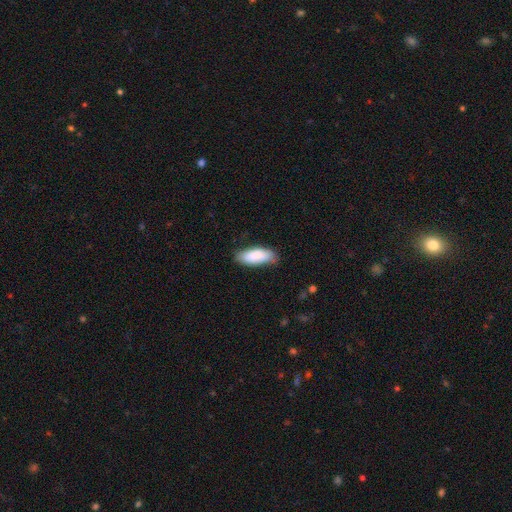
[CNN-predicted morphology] smooth-or-featured: smooth: 88% | featured or disk: 7% | star or artifact: 5%
  how-rounded: in between: 79% | cigar-shaped: 20% | round: 2%
  merging: none: 74% | minor disturbance: 21% | major disturbance: 3% | merger: 1%